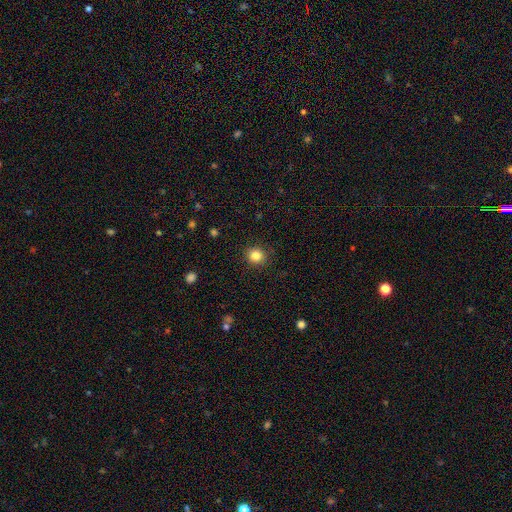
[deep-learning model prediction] This is clearly a smooth galaxy (84%). How rounded: clearly round (88%). Merging: clearly none (90%).